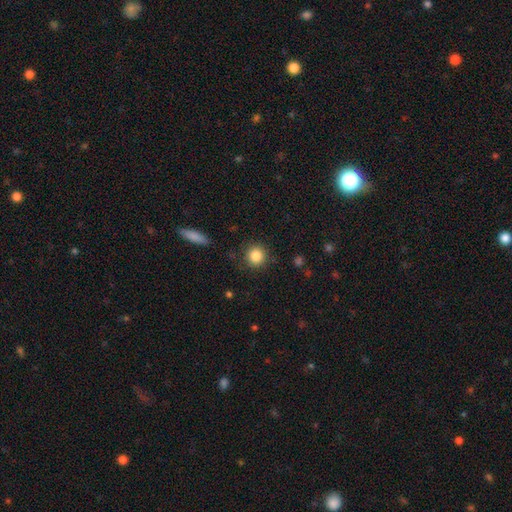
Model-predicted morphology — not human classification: Q: Smooth or featured?
A: smooth (86%); runner-up: star or artifact (9%)
Q: How rounded?
A: round (92%); runner-up: in between (7%)
Q: Merging?
A: none (88%); runner-up: minor disturbance (8%)